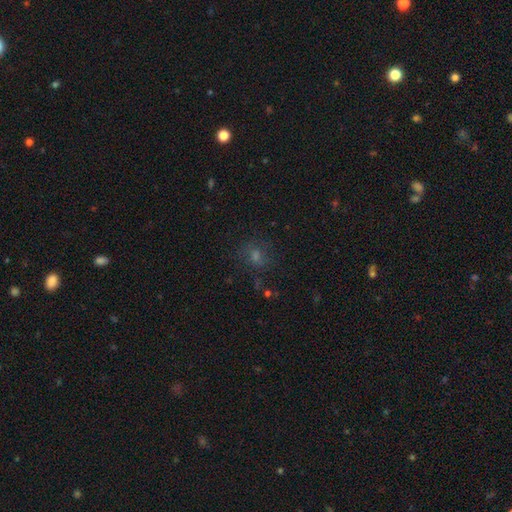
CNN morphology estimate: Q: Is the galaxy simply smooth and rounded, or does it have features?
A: smooth — 49%.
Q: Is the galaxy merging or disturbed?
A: none — 76%.